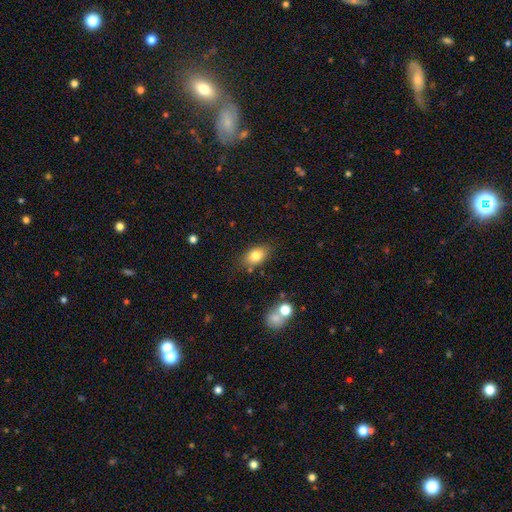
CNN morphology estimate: Smooth or featured: smooth — 81% (featured or disk — 10%)
How rounded: in between — 83% (round — 15%)
Merging: none — 77% (minor disturbance — 15%)